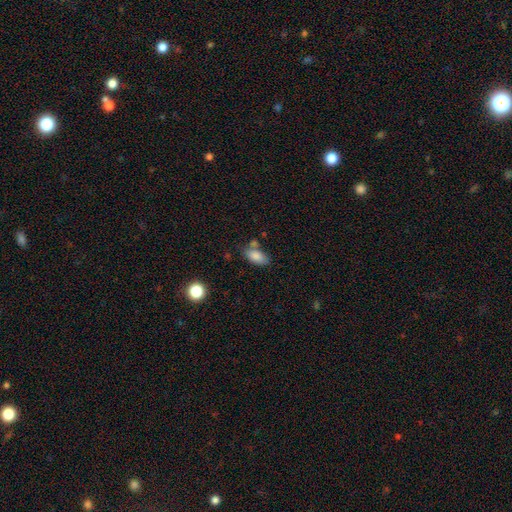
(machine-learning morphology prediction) type=smooth (84%); roundness=in between (91%); merging=none (58%).